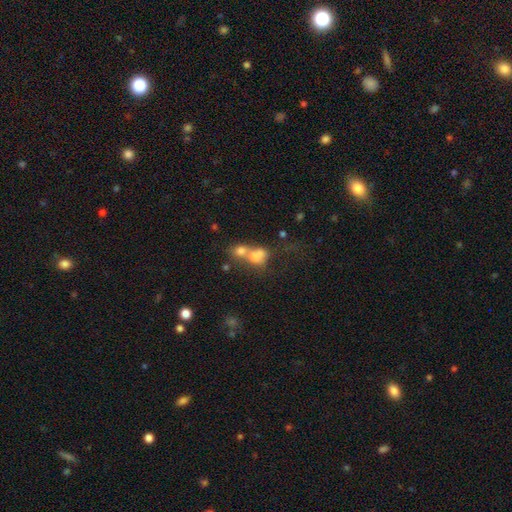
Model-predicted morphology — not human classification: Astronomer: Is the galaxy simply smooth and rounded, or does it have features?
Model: smooth — 66%.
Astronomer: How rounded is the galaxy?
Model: in between — 50% (runner-up: round, 46%).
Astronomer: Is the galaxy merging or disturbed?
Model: merger — 68%.